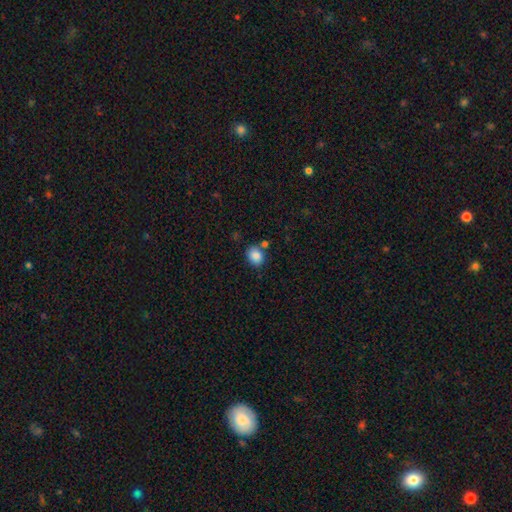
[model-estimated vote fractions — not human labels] Morphology: type=smooth (86%); roundness=in between (50%); merging=none (70%).